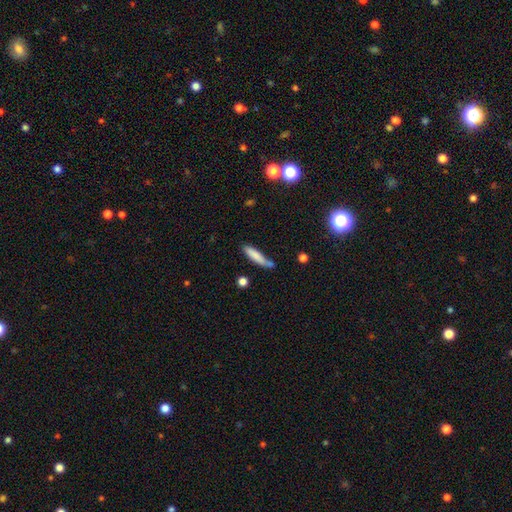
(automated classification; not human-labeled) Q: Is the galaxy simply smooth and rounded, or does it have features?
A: smooth — 78%.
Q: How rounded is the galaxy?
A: cigar-shaped — 82%.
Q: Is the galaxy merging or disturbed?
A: none — 62%.